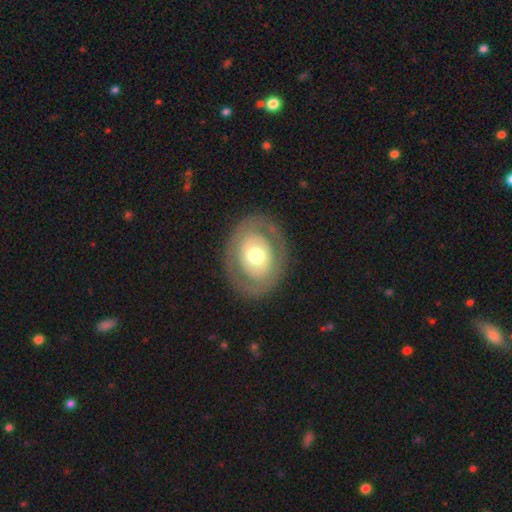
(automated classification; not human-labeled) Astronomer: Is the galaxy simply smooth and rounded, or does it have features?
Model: featured or disk — 53% (runner-up: smooth, 42%).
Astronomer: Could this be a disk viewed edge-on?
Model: no — 94%.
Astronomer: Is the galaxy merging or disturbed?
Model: none — 83%.